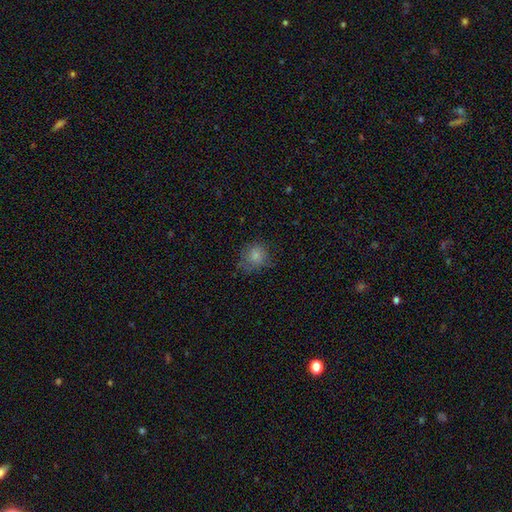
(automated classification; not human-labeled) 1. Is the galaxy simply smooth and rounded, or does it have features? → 79% smooth, 11% star or artifact, 11% featured or disk.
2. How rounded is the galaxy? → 81% round, 18% in between, 1% cigar-shaped.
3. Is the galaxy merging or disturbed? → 63% none, 25% minor disturbance, 11% major disturbance, 1% merger.